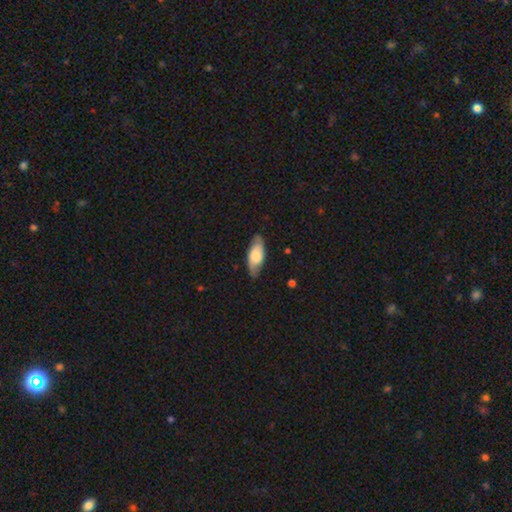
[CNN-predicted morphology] A smooth galaxy with no disk features (60%) that is in between round and cigar-shaped (82%).

Vote fractions:
- Smooth or featured? smooth: 60% / featured or disk: 35% / star or artifact: 6%
- How rounded? in between: 82% / cigar-shaped: 16% / round: 2%
- Merging? none: 79% / minor disturbance: 17% / major disturbance: 3% / merger: 1%